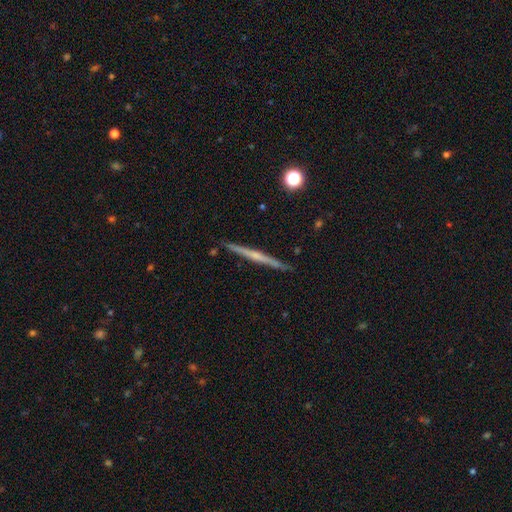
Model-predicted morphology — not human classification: Smooth or featured? Predicted: featured or disk (p=0.69). Edge-on disk? Predicted: yes (p=0.98). Edge-on bulge? Predicted: none (p=0.48). Merging? Predicted: none (p=0.91).